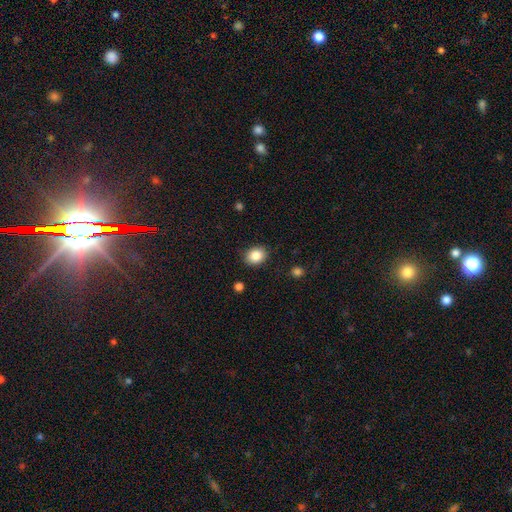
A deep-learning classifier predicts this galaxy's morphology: A smooth galaxy with no disk features (86%) that is round (51%). Merging: none (87%).